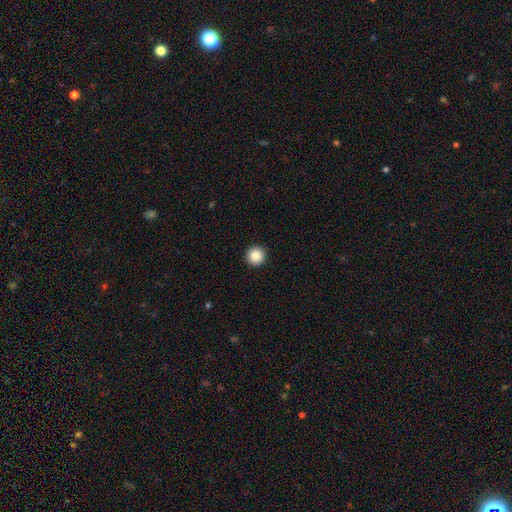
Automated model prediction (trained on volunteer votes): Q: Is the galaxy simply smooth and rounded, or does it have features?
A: smooth — 85%.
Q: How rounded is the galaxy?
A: round — 96%.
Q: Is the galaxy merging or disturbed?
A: none — 94%.